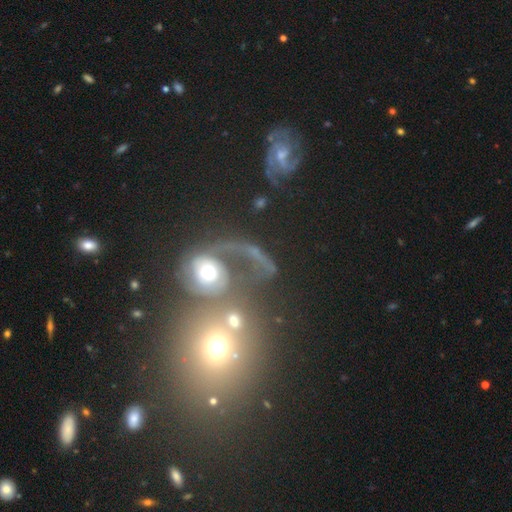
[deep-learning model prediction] A featured or disk galaxy (55%) with no bar (70%), spiral arms (67%) and a moderate central bulge (52%).

Vote fractions:
- Smooth or featured? featured or disk: 55% / smooth: 28% / star or artifact: 17%
- Edge-on disk? no: 95% / yes: 5%
- Bar? no: 70% / weak: 21% / strong: 9%
- Spiral arms? yes: 67% / no: 33%
- Bulge size? moderate: 52% / small: 20% / large: 16% / none: 7% / dominant: 5%
- Merging? merger: 41% / major disturbance: 25% / none: 24% / minor disturbance: 10%